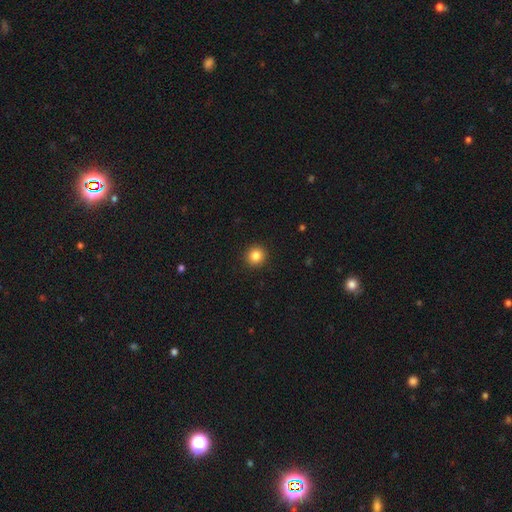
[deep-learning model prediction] Smooth or featured?
  - smooth: 85% *
  - star or artifact: 11%
  - featured or disk: 5%
How rounded?
  - round: 92% *
  - in between: 7%
  - cigar-shaped: 1%
Merging?
  - none: 92% *
  - minor disturbance: 5%
  - major disturbance: 2%
  - merger: 1%